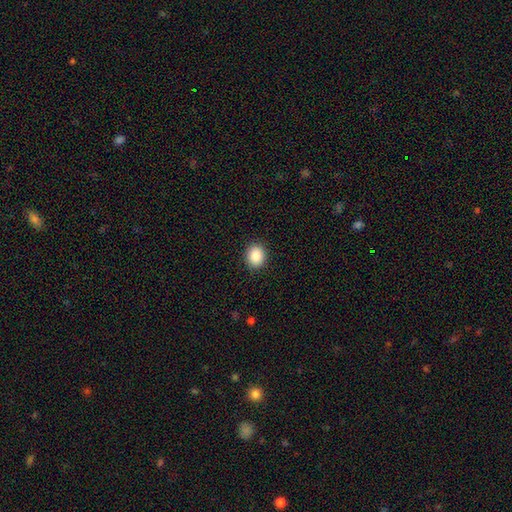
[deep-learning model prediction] smooth-or-featured: smooth: 88% | star or artifact: 9% | featured or disk: 4%
  how-rounded: round: 66% | in between: 33% | cigar-shaped: 1%
  merging: none: 91% | minor disturbance: 6% | major disturbance: 2% | merger: 1%